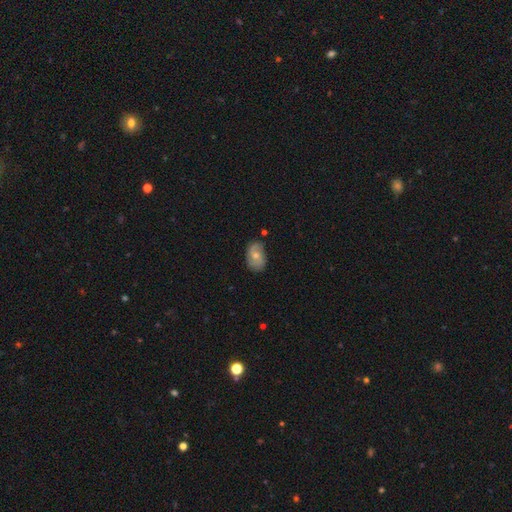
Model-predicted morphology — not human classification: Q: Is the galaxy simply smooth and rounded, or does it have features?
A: featured or disk — 51%.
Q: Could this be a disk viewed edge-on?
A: no — 96%.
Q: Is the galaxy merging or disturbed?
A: none — 69%.